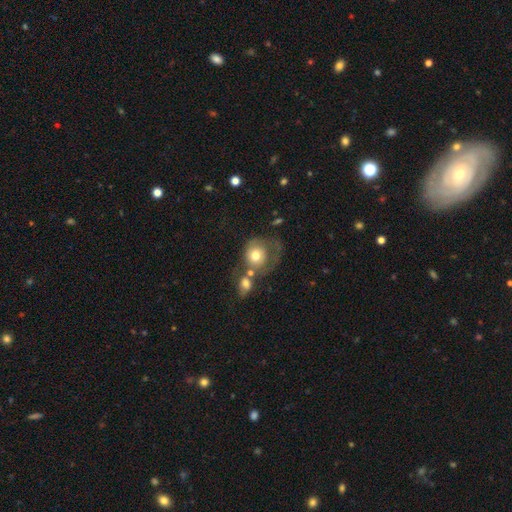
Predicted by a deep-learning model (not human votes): Smooth or featured? Predicted: smooth (p=0.62). How rounded? Predicted: round (p=0.75). Merging? Predicted: merger (p=0.37).